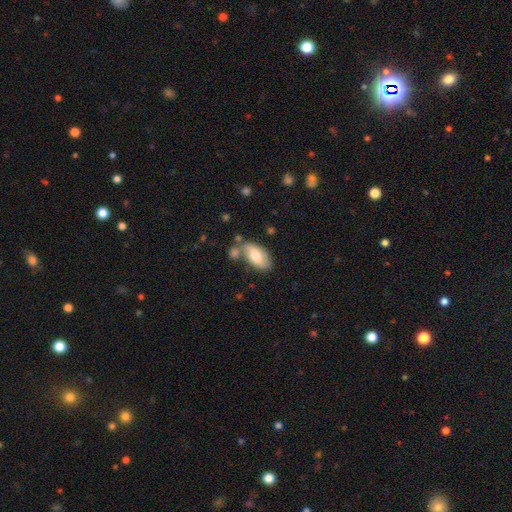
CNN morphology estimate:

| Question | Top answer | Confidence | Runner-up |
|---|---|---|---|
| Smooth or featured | smooth | 68% | featured or disk (25%) |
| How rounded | in between | 92% | cigar-shaped (5%) |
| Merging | none | 59% | minor disturbance (19%) |